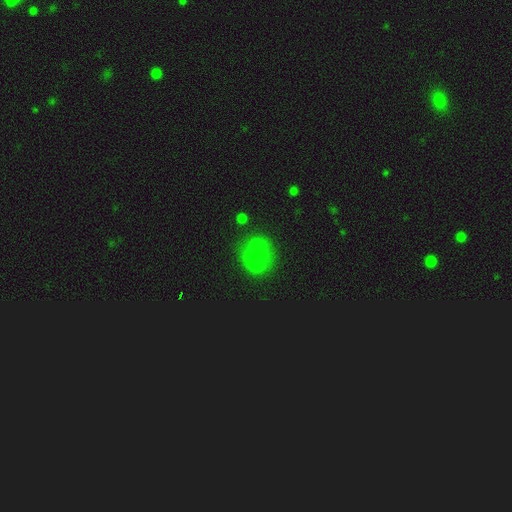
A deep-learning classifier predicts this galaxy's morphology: A smooth galaxy with no disk features (57%) that is round (79%). Merging: none (72%).